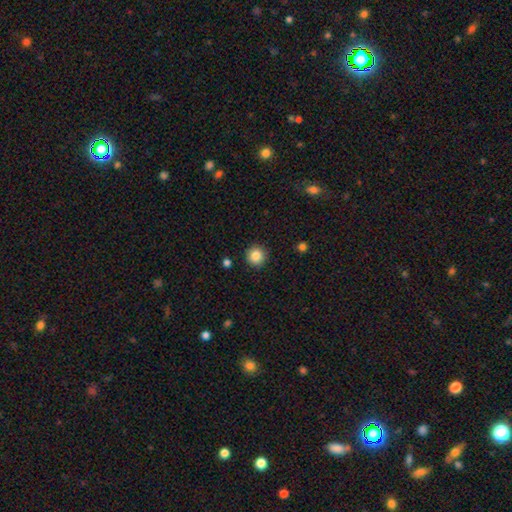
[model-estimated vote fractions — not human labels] smooth 85%, star or artifact 10%, featured or disk 5%. Down the decision tree: how rounded — round (95%); merging — none (92%).